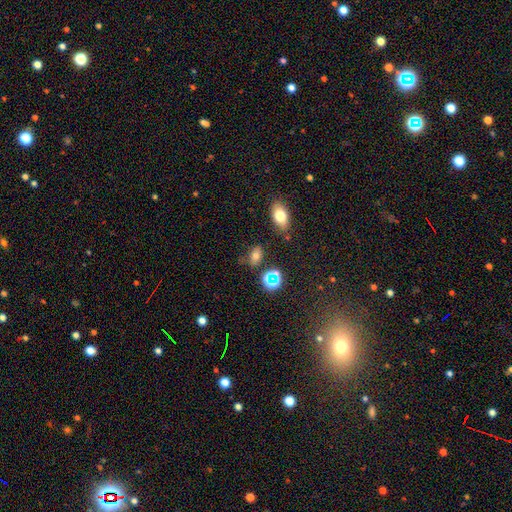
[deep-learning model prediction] This is likely a smooth galaxy (67%). How rounded: clearly in between (80%). Merging: likely none (64%).